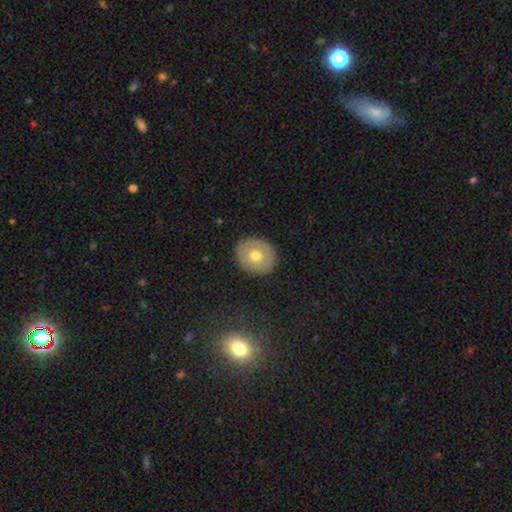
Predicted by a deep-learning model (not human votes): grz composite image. It shows a smooth galaxy with no disk features (61%) that is round (69%). Merging: none (89%).